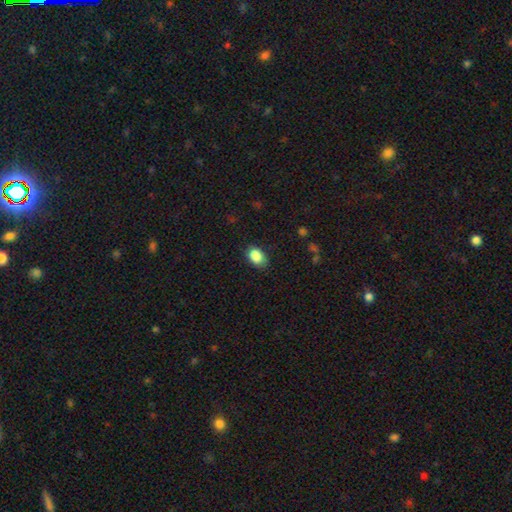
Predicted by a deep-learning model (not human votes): This is clearly a smooth galaxy (88%). How rounded: clearly in between (82%). Merging: likely none (75%).